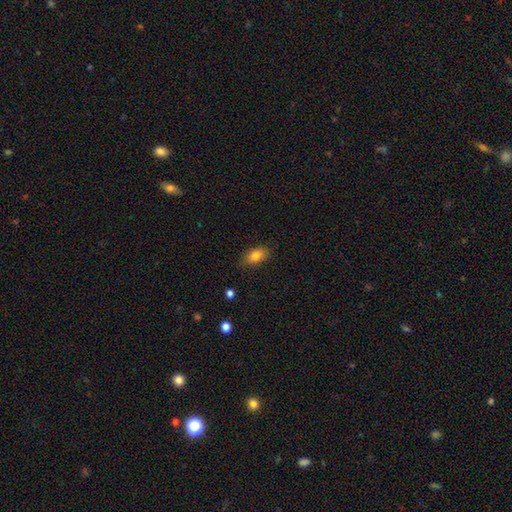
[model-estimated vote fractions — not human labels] This is clearly a smooth galaxy (82%). How rounded: clearly in between (87%). Merging: likely none (80%).